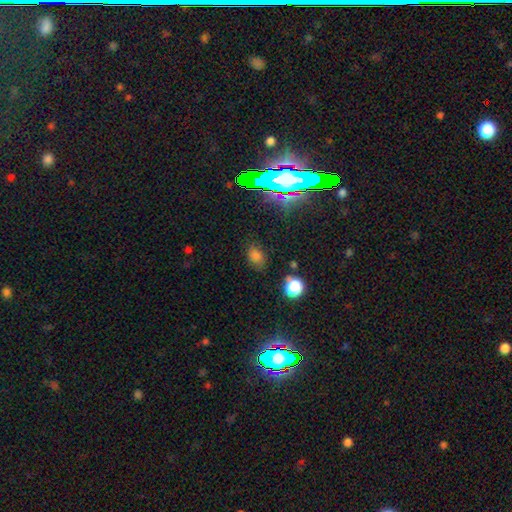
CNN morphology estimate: Smooth or featured: smooth — 69% (star or artifact — 24%)
How rounded: in between — 66% (round — 32%)
Merging: none — 77% (minor disturbance — 16%)